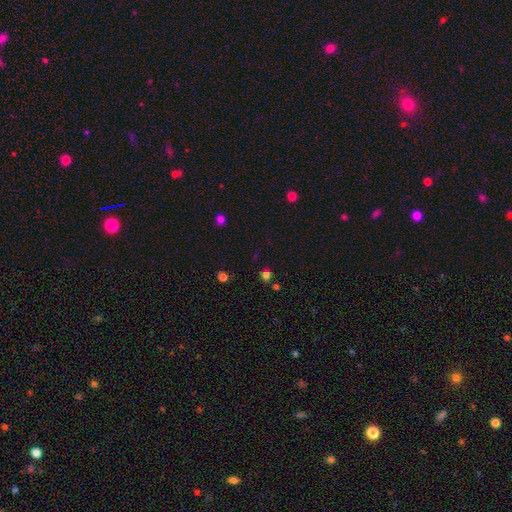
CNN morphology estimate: Smooth or featured? smooth (54%)
How rounded? round (84%)
Merging? none (82%)